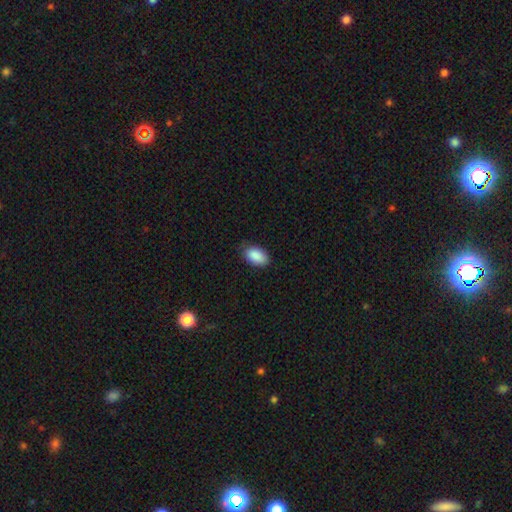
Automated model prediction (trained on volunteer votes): smooth_or_featured: smooth (p=0.89) [alt: star or artifact p=0.07]
how_rounded: in between (p=0.93) [alt: round p=0.05]
merging: none (p=0.77) [alt: minor disturbance p=0.19]